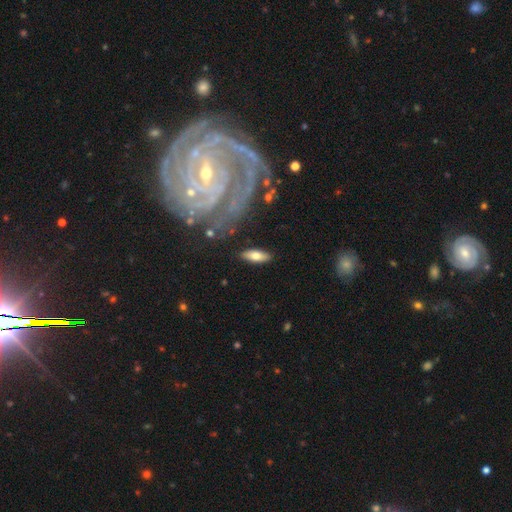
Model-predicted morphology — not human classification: A smooth galaxy with no disk features (67%) that is in between round and cigar-shaped (66%). Merging: none (85%).